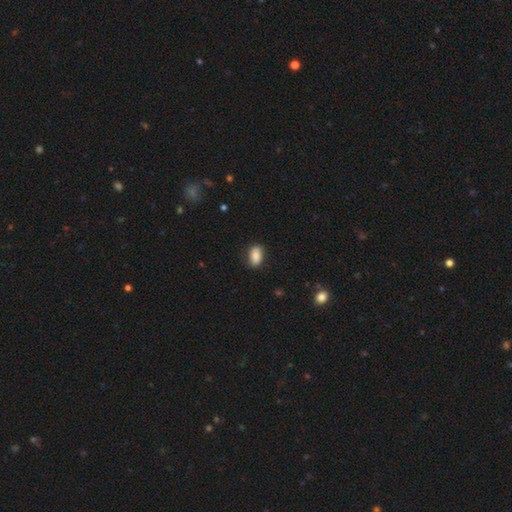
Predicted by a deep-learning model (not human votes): smooth 86%, star or artifact 8%, featured or disk 7%. Down the decision tree: how rounded — in between (89%); merging — none (83%).